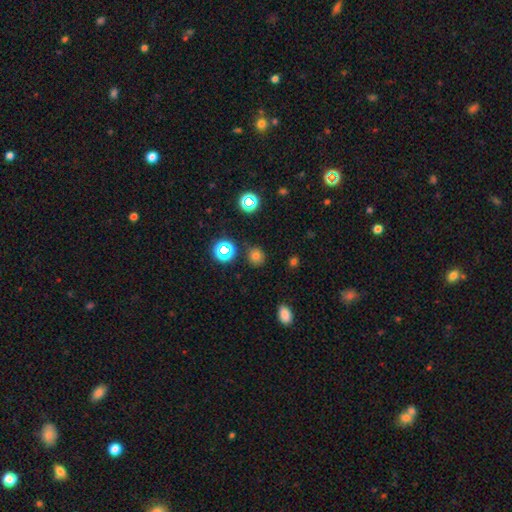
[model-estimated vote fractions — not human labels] A smooth galaxy with no disk features (74%) that is round (84%).

Vote fractions:
- Smooth or featured? smooth: 74% / star or artifact: 20% / featured or disk: 6%
- How rounded? round: 84% / in between: 15% / cigar-shaped: 1%
- Merging? none: 85% / minor disturbance: 9% / major disturbance: 3% / merger: 3%